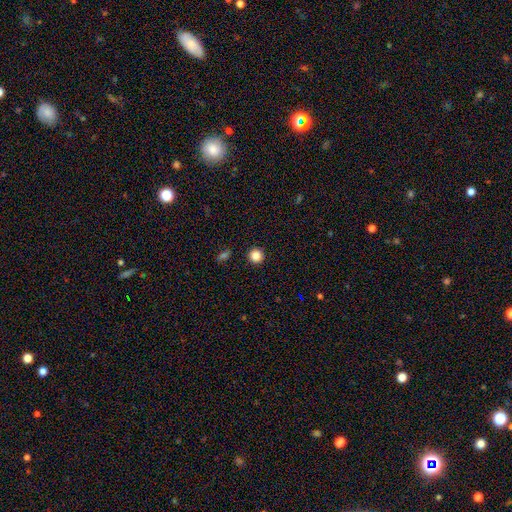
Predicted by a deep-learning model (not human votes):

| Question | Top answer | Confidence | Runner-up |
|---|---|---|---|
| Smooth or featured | smooth | 85% | star or artifact (11%) |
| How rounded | round | 95% | in between (4%) |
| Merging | none | 93% | minor disturbance (4%) |